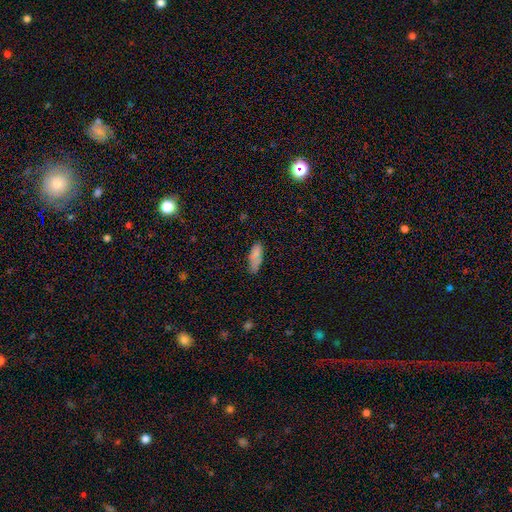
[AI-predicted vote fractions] Smooth or featured? smooth (79%)
How rounded? in between (72%)
Merging? none (63%)